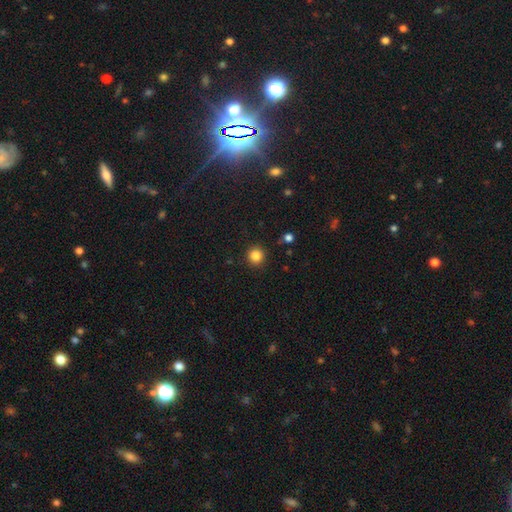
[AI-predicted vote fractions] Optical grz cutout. It shows a smooth galaxy with no disk features (85%) that is round (94%). Merging: none (92%).